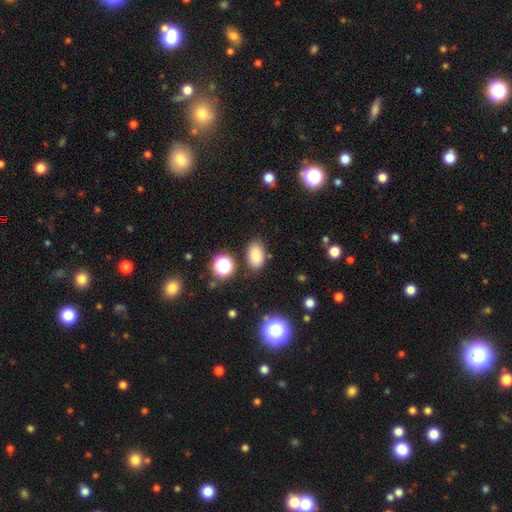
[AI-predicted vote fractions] Smooth or featured? smooth (81%)
How rounded? in between (88%)
Merging? none (83%)